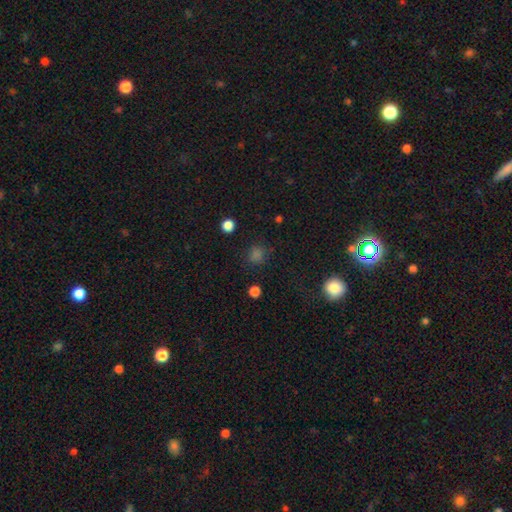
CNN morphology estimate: A smooth galaxy with no disk features (71%) that is round (88%). Merging: none (83%).